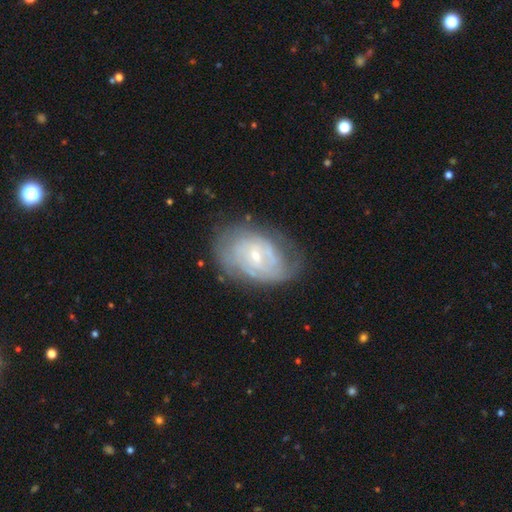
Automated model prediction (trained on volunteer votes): Morphology: type=featured or disk (77%); edge-on=no (96%); bar=no (46%); spiral arms=yes (86%); winding=tight (64%); arm count=can't tell (50%); bulge=small (73%); merging=none (64%).